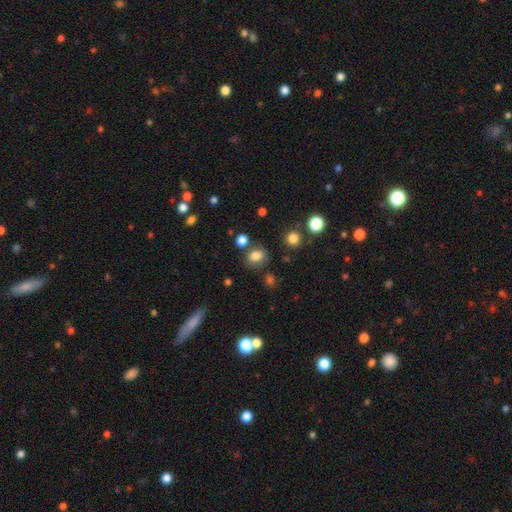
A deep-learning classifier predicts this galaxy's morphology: smooth-or-featured: smooth: 80% | star or artifact: 13% | featured or disk: 7%
  how-rounded: in between: 58% | round: 41% | cigar-shaped: 1%
  merging: none: 69% | minor disturbance: 17% | merger: 8% | major disturbance: 6%